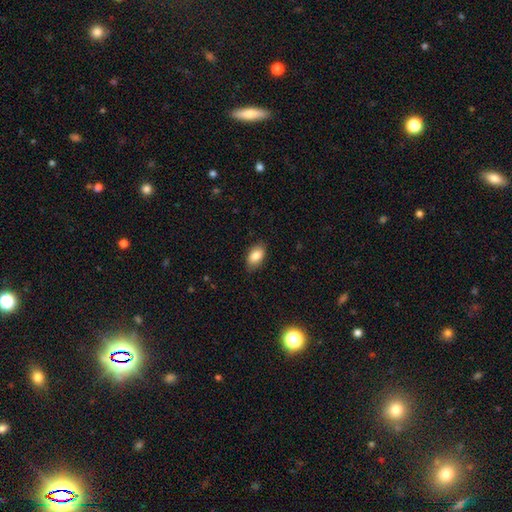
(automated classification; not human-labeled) Smooth or featured? Predicted: smooth (p=0.85). How rounded? Predicted: in between (p=0.92). Merging? Predicted: none (p=0.84).